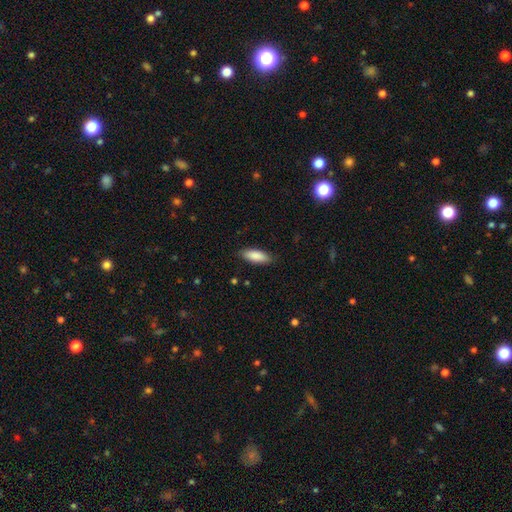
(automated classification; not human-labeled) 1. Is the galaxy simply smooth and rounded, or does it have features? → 88% smooth, 6% featured or disk, 6% star or artifact.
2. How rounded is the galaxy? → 69% in between, 29% cigar-shaped, 2% round.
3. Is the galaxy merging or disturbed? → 87% none, 10% minor disturbance, 2% major disturbance, 1% merger.